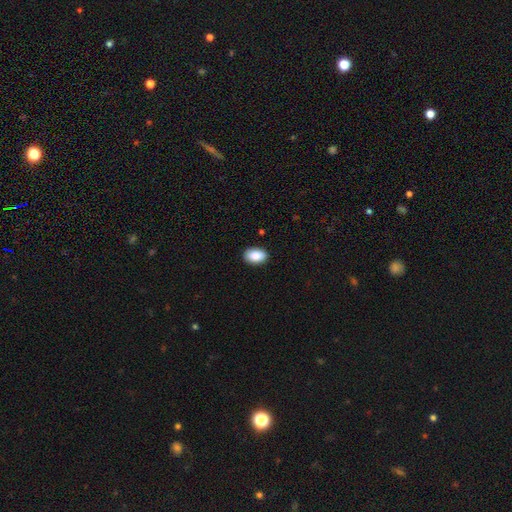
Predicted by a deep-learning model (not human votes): smooth-or-featured: smooth: 87% | star or artifact: 7% | featured or disk: 6%
  how-rounded: in between: 88% | round: 11% | cigar-shaped: 1%
  merging: none: 89% | minor disturbance: 8% | major disturbance: 2% | merger: 1%